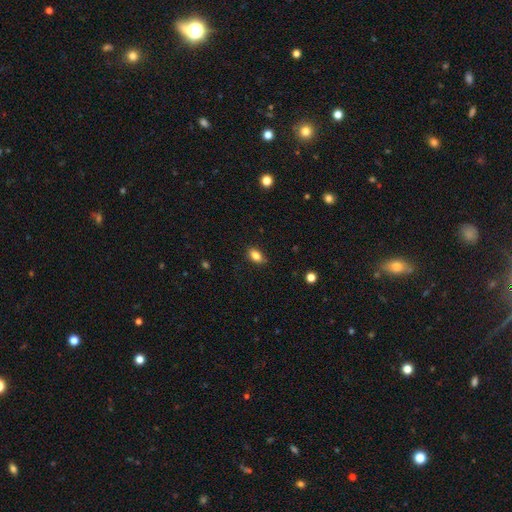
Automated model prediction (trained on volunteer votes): Smooth or featured? Predicted: smooth (p=0.85). How rounded? Predicted: in between (p=0.87). Merging? Predicted: none (p=0.85).